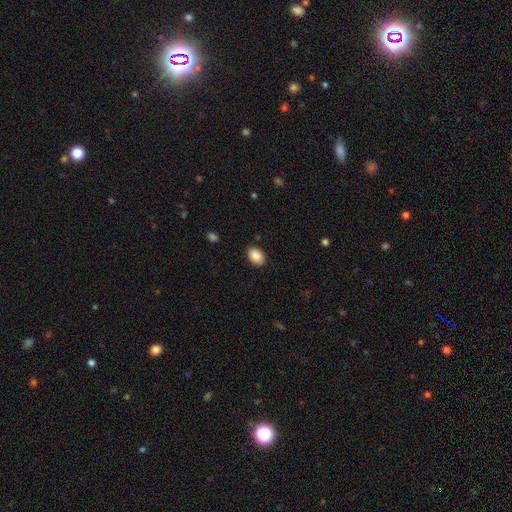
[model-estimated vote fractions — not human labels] Smooth or featured? smooth (89%)
How rounded? in between (82%)
Merging? none (88%)